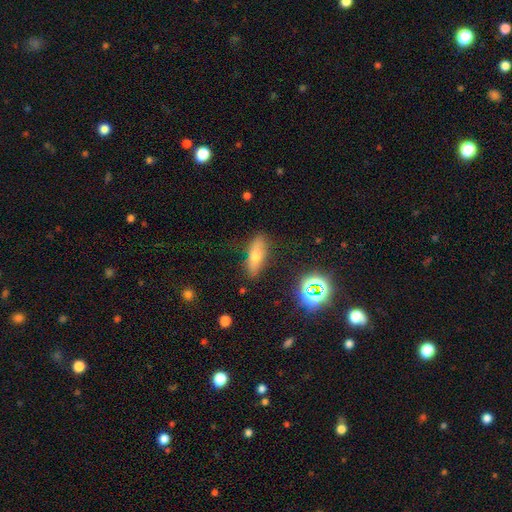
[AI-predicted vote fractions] The model was most divided on "how rounded": in between: 55%, cigar-shaped: 40%, round: 5%. More confident: merging — none (84%); smooth or featured — smooth (60%).